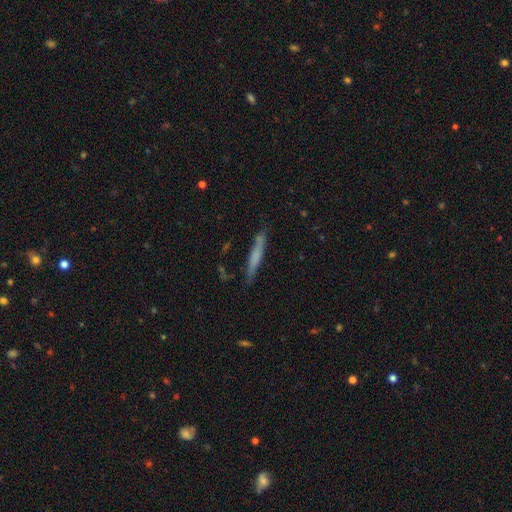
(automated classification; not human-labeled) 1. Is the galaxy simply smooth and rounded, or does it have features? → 54% smooth, 39% featured or disk, 7% star or artifact.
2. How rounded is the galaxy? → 95% cigar-shaped, 4% in between, 2% round.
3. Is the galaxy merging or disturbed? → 80% none, 15% minor disturbance, 3% major disturbance, 2% merger.